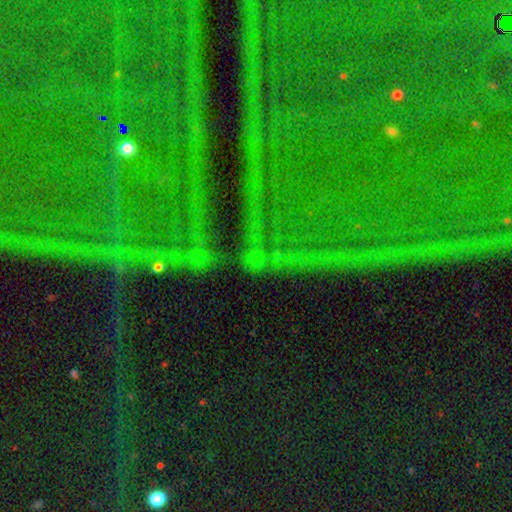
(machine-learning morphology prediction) A star or artifact, not a galaxy (78%).

Vote fractions:
- Smooth or featured? star or artifact: 78% / smooth: 11% / featured or disk: 11%